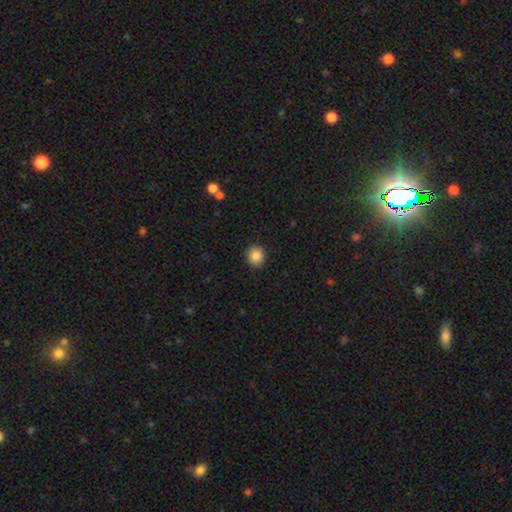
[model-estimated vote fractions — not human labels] smooth 87%, star or artifact 9%, featured or disk 4%. Down the decision tree: how rounded — round (90%); merging — none (91%).